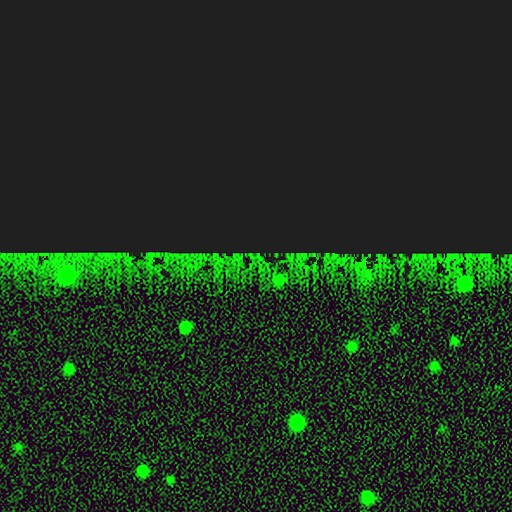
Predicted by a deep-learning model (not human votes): Smooth or featured? star or artifact (85%)